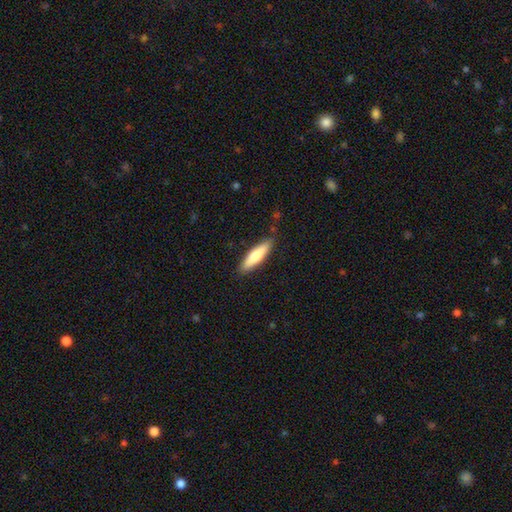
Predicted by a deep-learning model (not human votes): Q: Smooth or featured?
A: smooth (73%); runner-up: featured or disk (22%)
Q: How rounded?
A: cigar-shaped (73%); runner-up: in between (26%)
Q: Merging?
A: none (86%); runner-up: minor disturbance (11%)